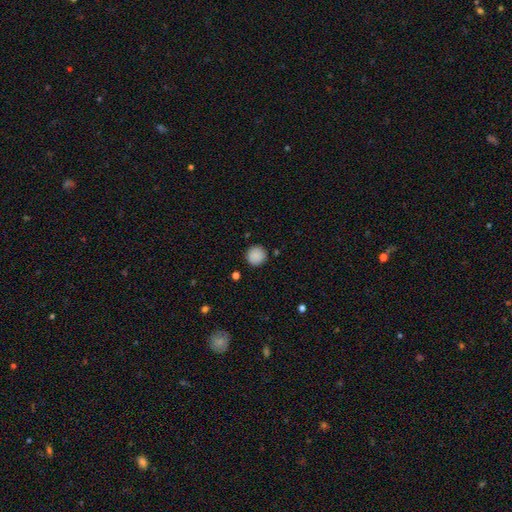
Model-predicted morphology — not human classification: This is clearly a smooth galaxy (88%). How rounded: clearly round (93%). Merging: clearly none (88%).